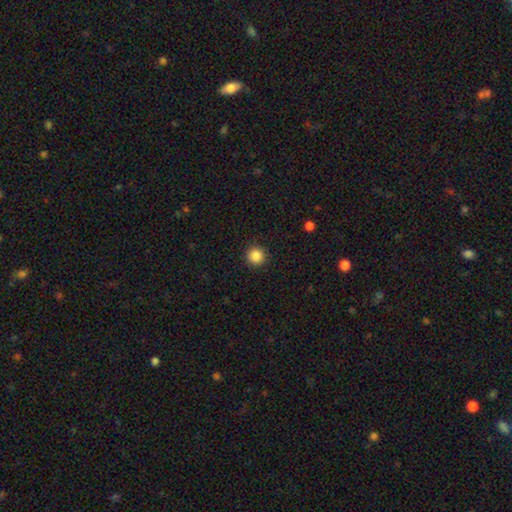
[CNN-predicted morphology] Smooth or featured? smooth (87%)
How rounded? round (95%)
Merging? none (92%)